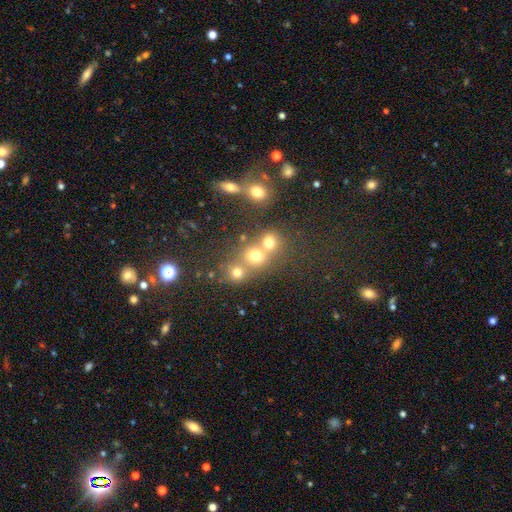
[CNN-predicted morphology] Overall: smooth (52%; star or artifact 32%). How rounded: round (77%). Merging: none (44%; merger 43%).